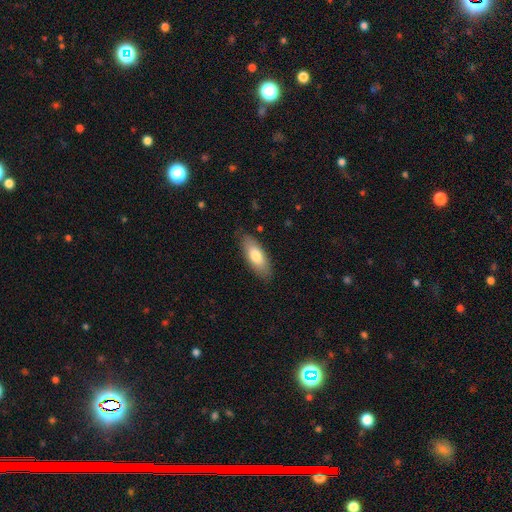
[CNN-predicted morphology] smooth 75%, featured or disk 19%, star or artifact 6%. Down the decision tree: how rounded — in between (77%); merging — none (84%).